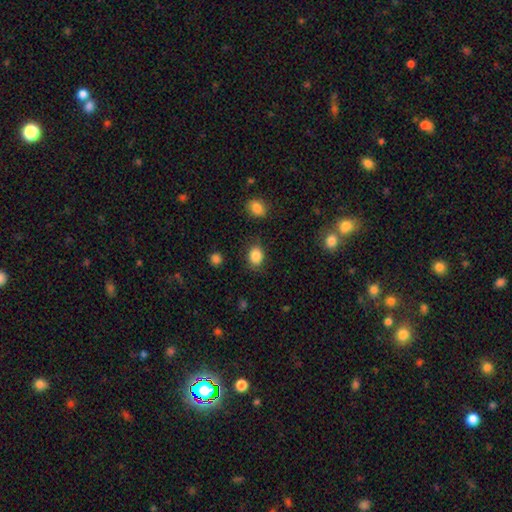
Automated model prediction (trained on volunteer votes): A smooth galaxy with no disk features (85%) that is in between round and cigar-shaped (51%). Merging: none (79%).